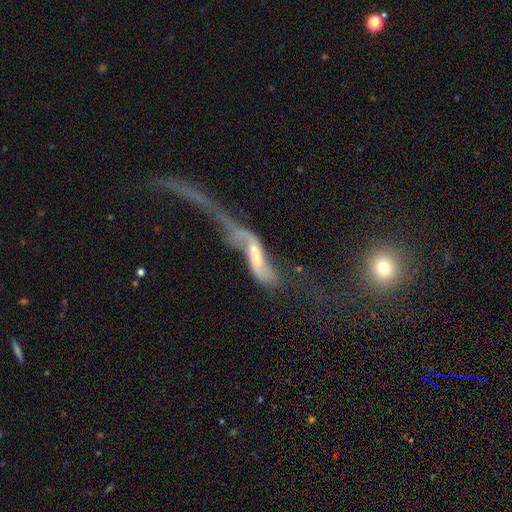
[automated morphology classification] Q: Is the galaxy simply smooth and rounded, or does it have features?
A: featured or disk — 67%.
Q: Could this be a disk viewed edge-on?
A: no — 80%.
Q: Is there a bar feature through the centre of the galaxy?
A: no — 36%.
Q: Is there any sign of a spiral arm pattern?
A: yes — 61%.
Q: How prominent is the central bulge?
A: small — 35%.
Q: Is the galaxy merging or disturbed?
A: merger — 46%.